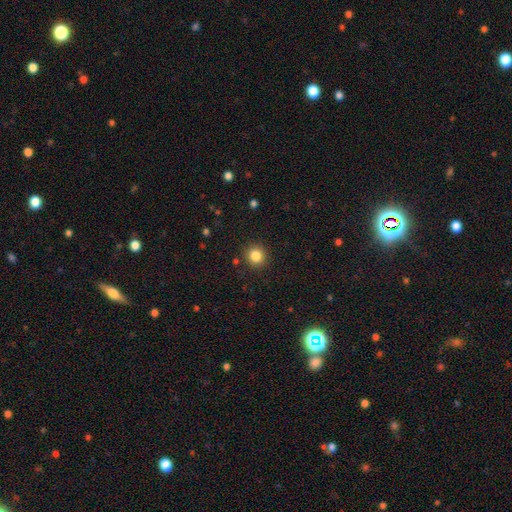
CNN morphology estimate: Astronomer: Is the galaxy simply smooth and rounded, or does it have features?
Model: smooth — 84%.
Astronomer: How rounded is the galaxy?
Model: round — 89%.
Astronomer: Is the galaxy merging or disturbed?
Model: none — 90%.